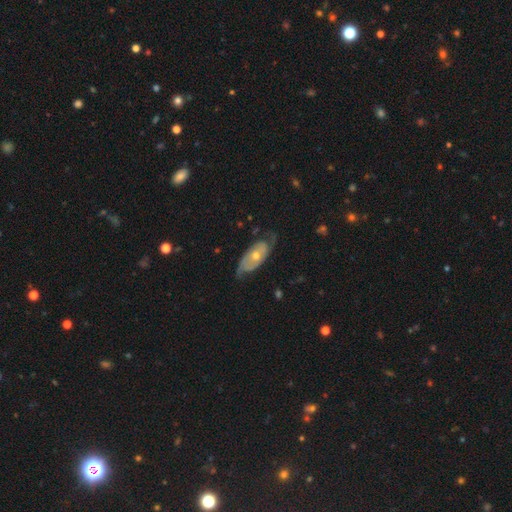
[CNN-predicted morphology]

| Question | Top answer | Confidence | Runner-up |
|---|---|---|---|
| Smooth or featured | featured or disk | 71% | smooth (23%) |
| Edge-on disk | no | 87% | yes (13%) |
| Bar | no | 81% | weak (16%) |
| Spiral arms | yes | 79% | no (21%) |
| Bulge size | moderate | 55% | small (41%) |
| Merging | none | 65% | minor disturbance (23%) |